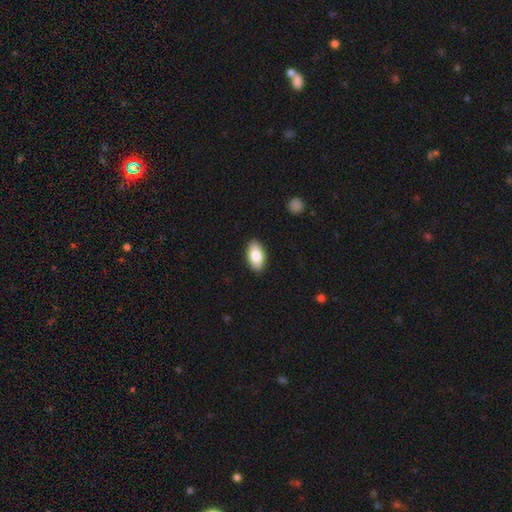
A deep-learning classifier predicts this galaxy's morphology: type=smooth (82%); roundness=in between (93%); merging=none (90%).